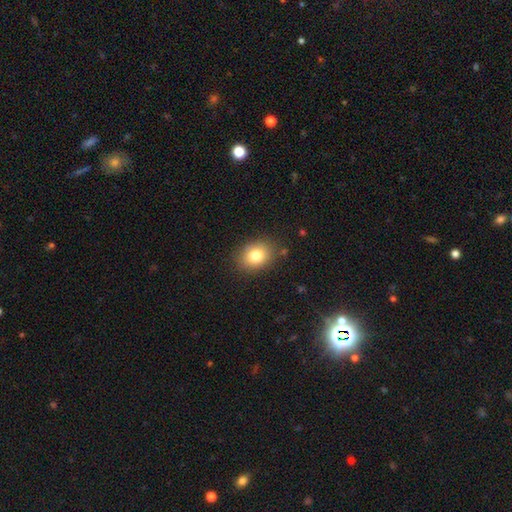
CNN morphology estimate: smooth 80%, star or artifact 10%, featured or disk 10%. Down the decision tree: how rounded — in between (57%); merging — none (85%).